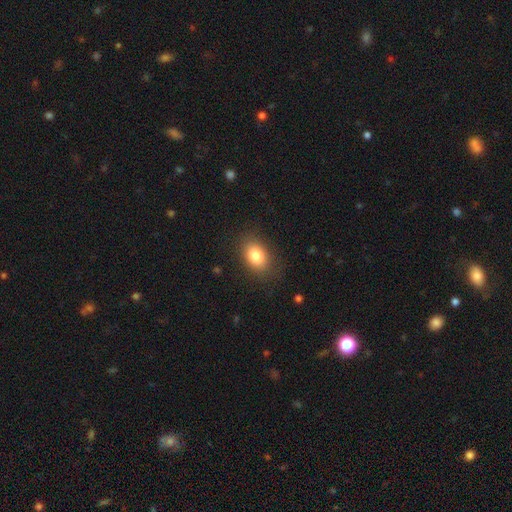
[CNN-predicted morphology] smooth_or_featured: smooth (p=0.82) [alt: star or artifact p=0.09]
how_rounded: in between (p=0.78) [alt: round p=0.21]
merging: none (p=0.84) [alt: minor disturbance p=0.11]